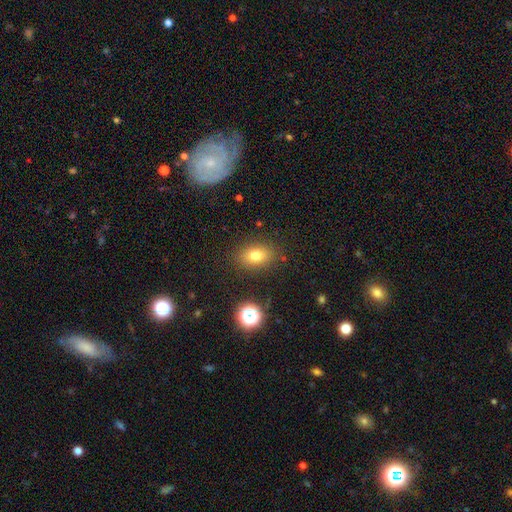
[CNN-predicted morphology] smooth 76%, star or artifact 13%, featured or disk 11%. Down the decision tree: how rounded — in between (78%); merging — none (84%).